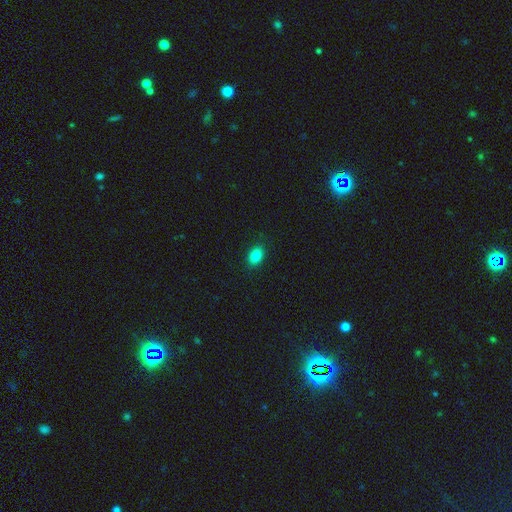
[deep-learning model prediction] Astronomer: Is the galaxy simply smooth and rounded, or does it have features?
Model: smooth — 85%.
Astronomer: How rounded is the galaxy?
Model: in between — 80%.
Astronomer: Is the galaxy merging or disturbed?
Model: none — 89%.